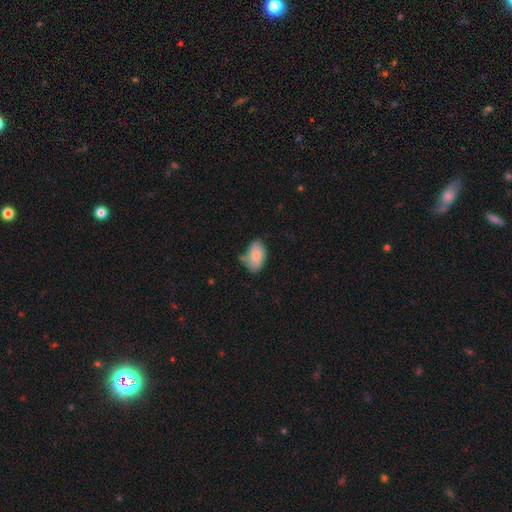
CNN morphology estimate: This appears to be a smooth galaxy with no disk features (82%) that is in between round and cigar-shaped (93%). Merging: none (57%).